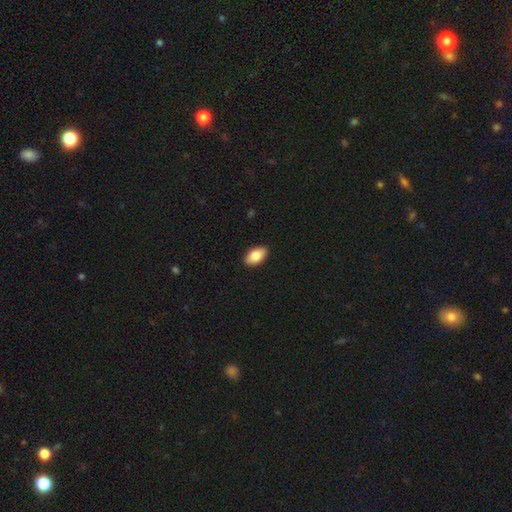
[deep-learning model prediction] Smooth or featured? smooth (83%)
How rounded? in between (93%)
Merging? none (91%)